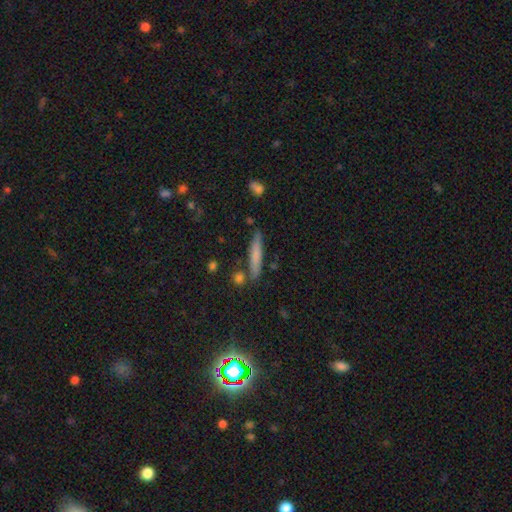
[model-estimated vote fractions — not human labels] smooth-or-featured: smooth: 66% | featured or disk: 25% | star or artifact: 9%
  how-rounded: cigar-shaped: 90% | in between: 8% | round: 2%
  merging: none: 82% | minor disturbance: 11% | merger: 5% | major disturbance: 2%